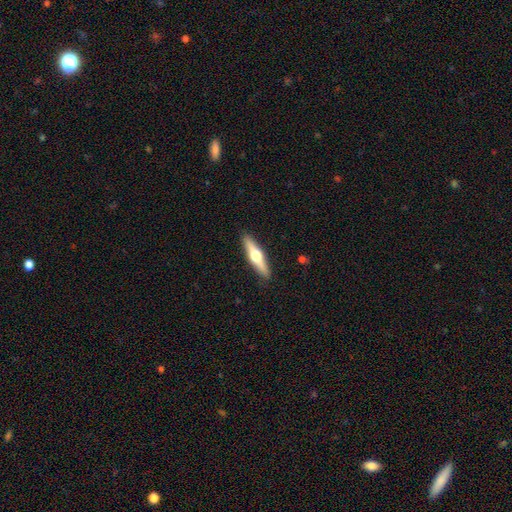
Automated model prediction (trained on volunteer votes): Smooth or featured? Predicted: featured or disk (p=0.60). Edge-on disk? Predicted: yes (p=0.96). Edge-on bulge? Predicted: rounded (p=0.95). Merging? Predicted: none (p=0.91).